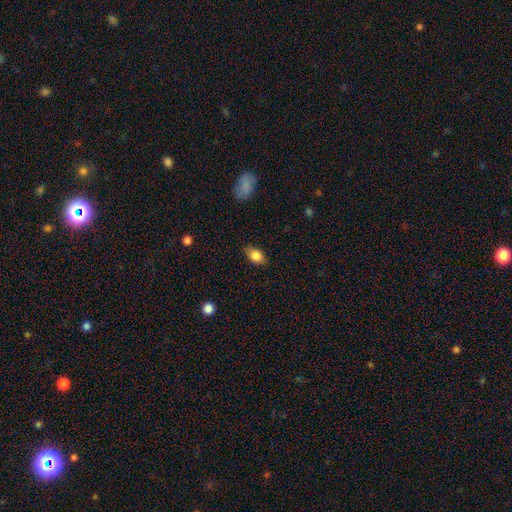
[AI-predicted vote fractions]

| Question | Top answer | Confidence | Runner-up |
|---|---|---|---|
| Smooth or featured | smooth | 84% | star or artifact (8%) |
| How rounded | in between | 78% | round (19%) |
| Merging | none | 79% | minor disturbance (17%) |